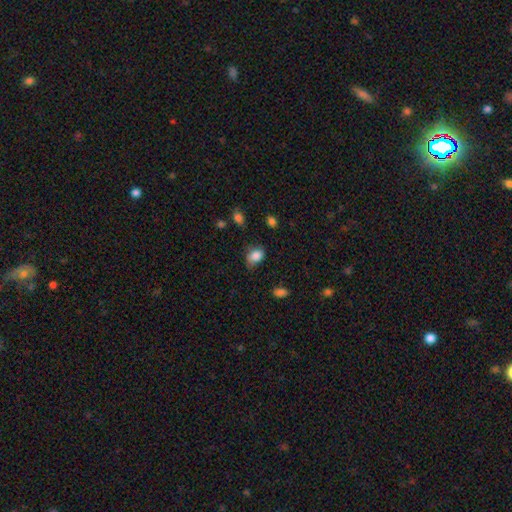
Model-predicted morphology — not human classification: Overall: smooth (85%). How rounded: in between (75%). Merging: none (57%; minor disturbance 32%).